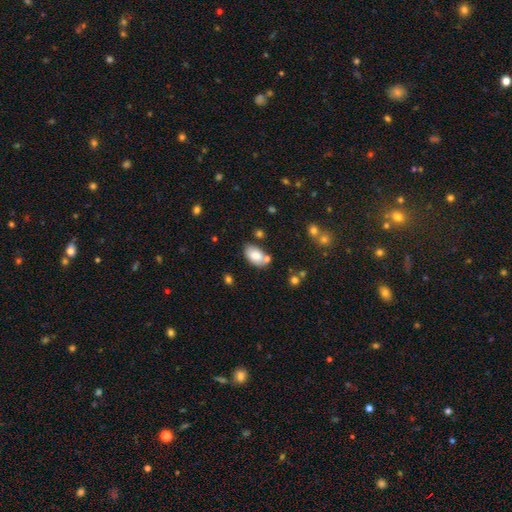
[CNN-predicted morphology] Smooth or featured?
  - smooth: 82% *
  - featured or disk: 11%
  - star or artifact: 7%
How rounded?
  - in between: 93% *
  - round: 6%
  - cigar-shaped: 1%
Merging?
  - none: 68% *
  - minor disturbance: 16%
  - merger: 12%
  - major disturbance: 4%